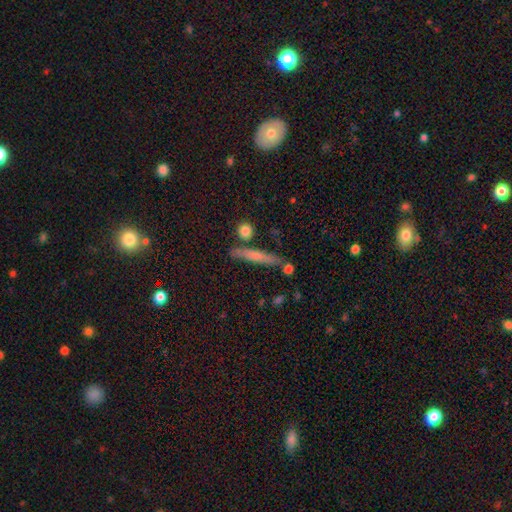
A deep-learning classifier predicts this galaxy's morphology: Overall: smooth (57%; featured or disk 34%). How rounded: cigar-shaped (91%). Merging: none (80%).